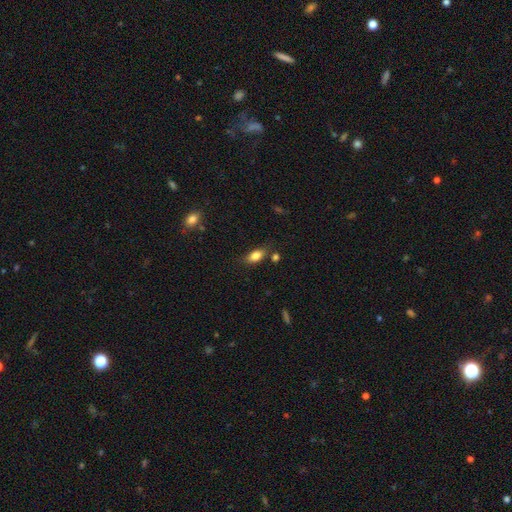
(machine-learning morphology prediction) The model was most divided on "merging": none: 73%, minor disturbance: 17%, merger: 6%, major disturbance: 4%. More confident: how rounded — in between (85%); smooth or featured — smooth (81%).